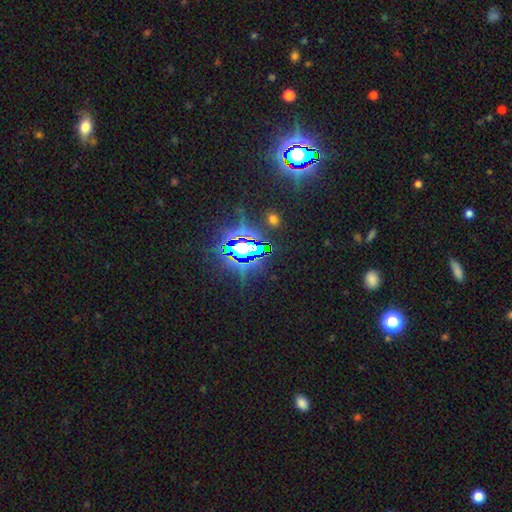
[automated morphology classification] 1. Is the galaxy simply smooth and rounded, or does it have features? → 80% star or artifact, 11% smooth, 9% featured or disk.